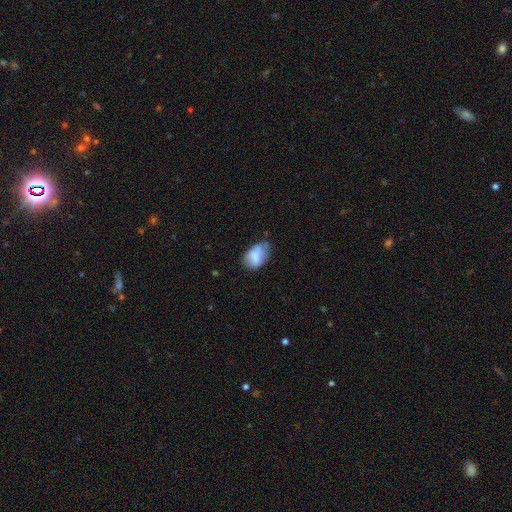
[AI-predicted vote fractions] A smooth galaxy with no disk features (79%) that is in between round and cigar-shaped (85%).

Vote fractions:
- Smooth or featured? smooth: 79% / featured or disk: 13% / star or artifact: 8%
- How rounded? in between: 85% / round: 13% / cigar-shaped: 1%
- Merging? none: 45% / minor disturbance: 42% / major disturbance: 11% / merger: 3%